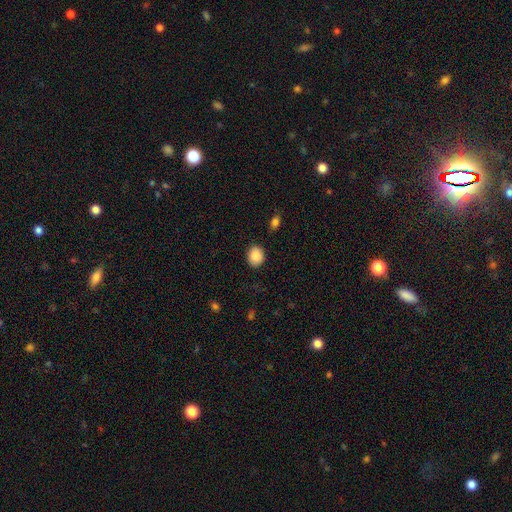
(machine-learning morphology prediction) Smooth or featured? smooth (89%)
How rounded? round (55%)
Merging? none (87%)